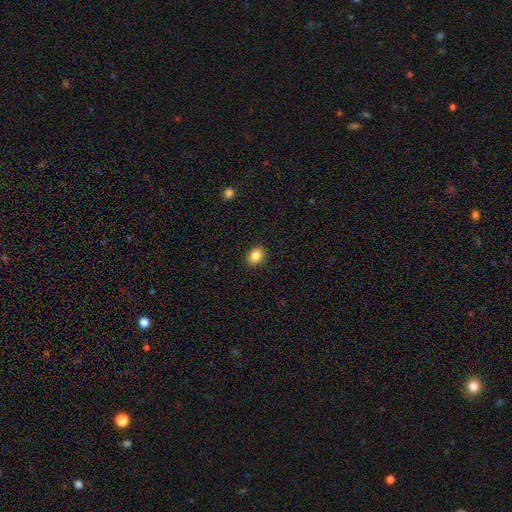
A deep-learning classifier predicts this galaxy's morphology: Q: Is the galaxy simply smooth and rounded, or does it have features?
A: smooth — 87%.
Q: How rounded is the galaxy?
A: in between — 71%.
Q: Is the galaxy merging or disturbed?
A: none — 88%.